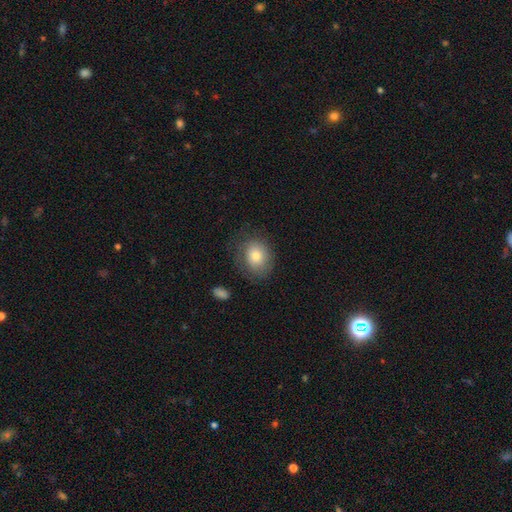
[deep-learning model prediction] smooth_or_featured: smooth (p=0.78) [alt: featured or disk p=0.13]
how_rounded: round (p=0.56) [alt: in between p=0.43]
merging: none (p=0.72) [alt: minor disturbance p=0.19]